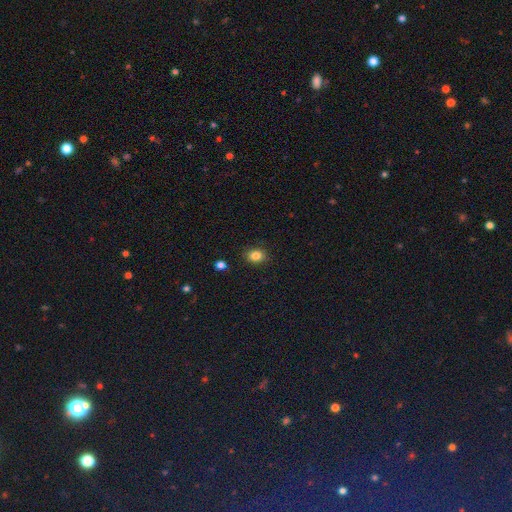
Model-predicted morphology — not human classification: Q: Smooth or featured?
A: smooth (84%); runner-up: star or artifact (11%)
Q: How rounded?
A: in between (61%); runner-up: round (38%)
Q: Merging?
A: none (86%); runner-up: minor disturbance (10%)